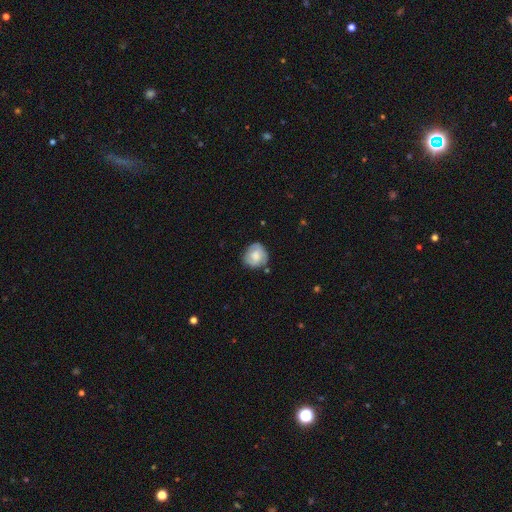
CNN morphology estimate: Smooth or featured?
  - smooth: 61% *
  - featured or disk: 31%
  - star or artifact: 7%
How rounded?
  - round: 81% *
  - in between: 18%
  - cigar-shaped: 1%
Merging?
  - none: 67% *
  - minor disturbance: 23%
  - major disturbance: 6%
  - merger: 3%